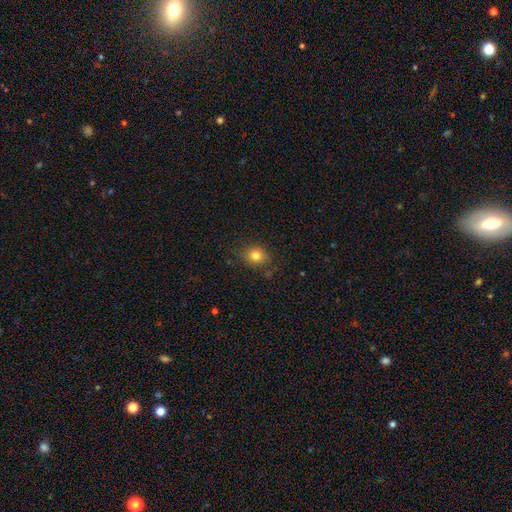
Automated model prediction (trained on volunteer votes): Smooth or featured? Predicted: smooth (p=0.80). How rounded? Predicted: round (p=0.65). Merging? Predicted: none (p=0.80).